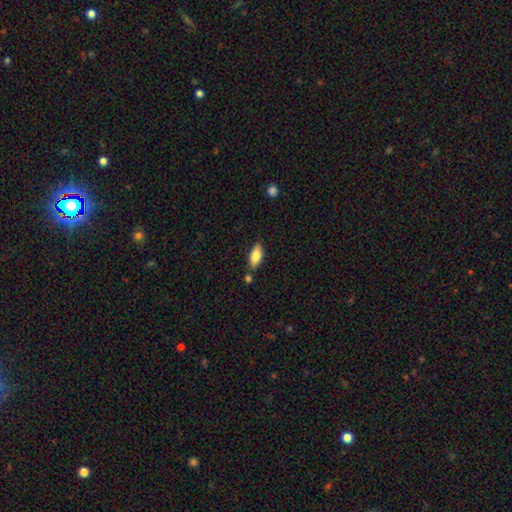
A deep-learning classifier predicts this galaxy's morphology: Smooth or featured? smooth (81%)
How rounded? in between (87%)
Merging? none (75%)